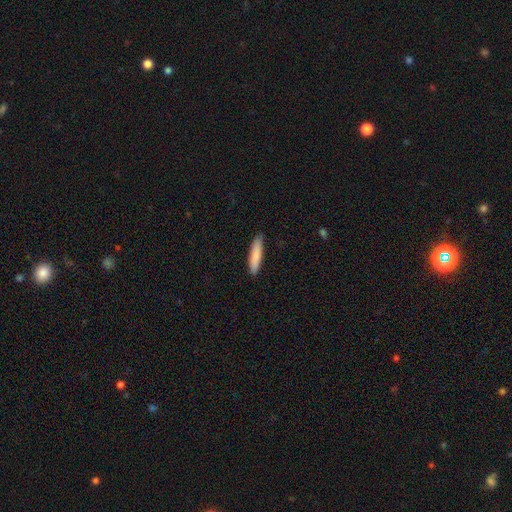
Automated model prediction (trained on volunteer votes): Smooth or featured? Predicted: smooth (p=0.84). How rounded? Predicted: cigar-shaped (p=0.85). Merging? Predicted: none (p=0.89).